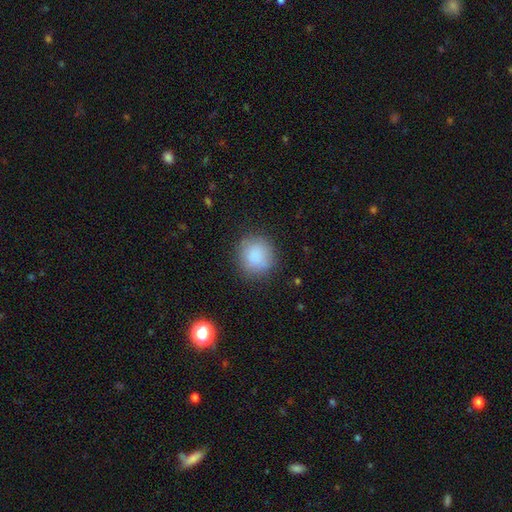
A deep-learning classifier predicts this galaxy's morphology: Smooth or featured? smooth (85%)
How rounded? round (89%)
Merging? none (82%)